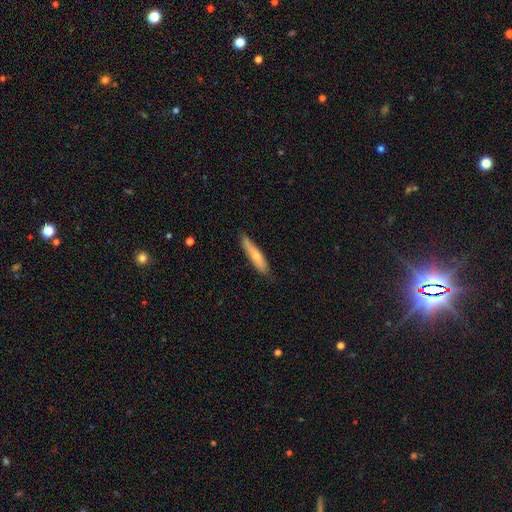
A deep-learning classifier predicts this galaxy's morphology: smooth 68%, featured or disk 27%, star or artifact 6%. Down the decision tree: how rounded — cigar-shaped (86%); merging — none (82%).